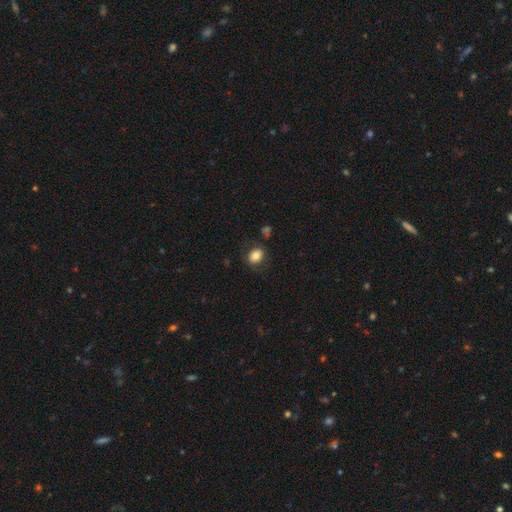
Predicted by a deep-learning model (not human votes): The model was most divided on "how rounded": in between: 60%, round: 39%, cigar-shaped: 1%. More confident: smooth or featured — smooth (79%); merging — none (74%).